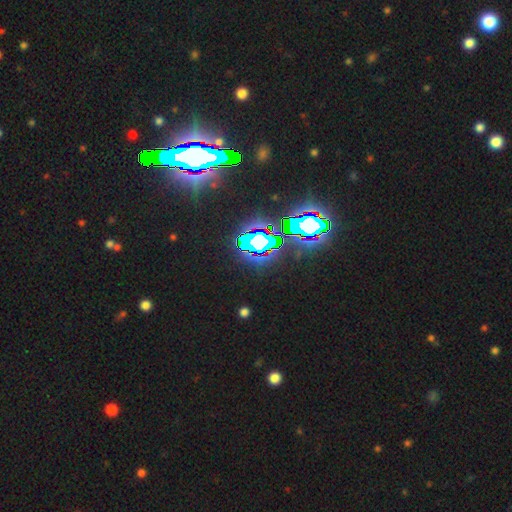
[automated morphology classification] This is clearly a star or artifact rather than a galaxy (85%).